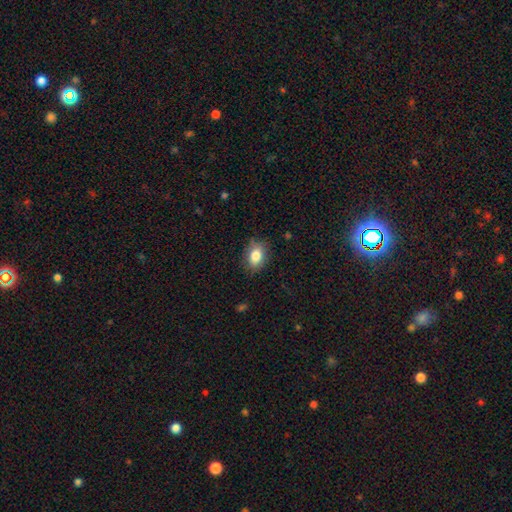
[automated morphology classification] smooth 83%, featured or disk 9%, star or artifact 9%. Down the decision tree: how rounded — in between (77%); merging — none (81%).